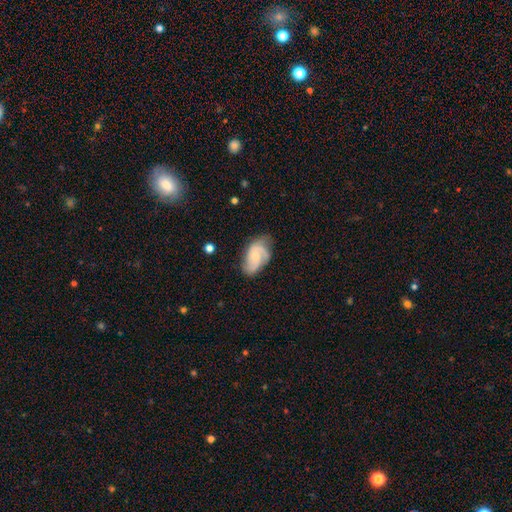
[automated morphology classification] Q: Smooth or featured?
A: featured or disk (68%); runner-up: smooth (26%)
Q: Edge-on disk?
A: no (97%); runner-up: yes (3%)
Q: Bar?
A: no (68%); runner-up: weak (28%)
Q: Spiral arms?
A: yes (93%); runner-up: no (7%)
Q: Spiral winding?
A: medium (46%); runner-up: tight (34%)
Q: Spiral arm count?
A: 2 (43%); runner-up: 3 (30%)
Q: Bulge size?
A: small (61%); runner-up: moderate (25%)
Q: Merging?
A: none (58%); runner-up: minor disturbance (28%)